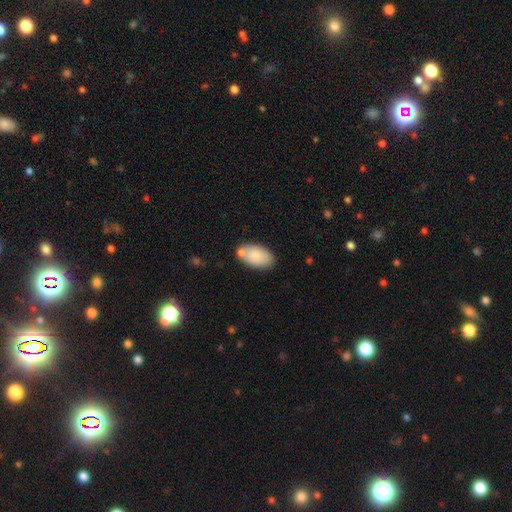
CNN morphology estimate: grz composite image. It shows a smooth galaxy with no disk features (84%) that is in between round and cigar-shaped (95%). Merging: none (68%).